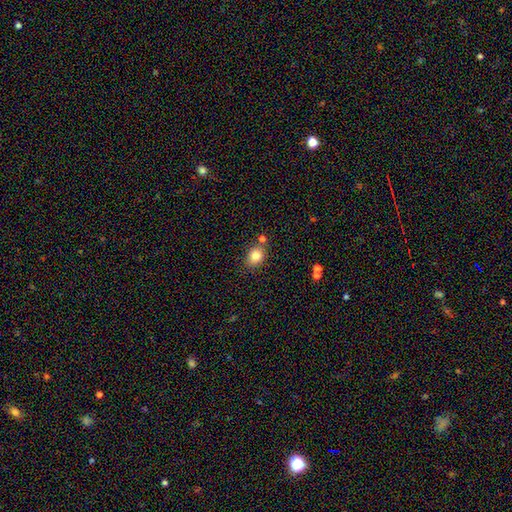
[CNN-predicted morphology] A smooth galaxy with no disk features (82%) that is in between round and cigar-shaped (56%). Merging: none (75%).